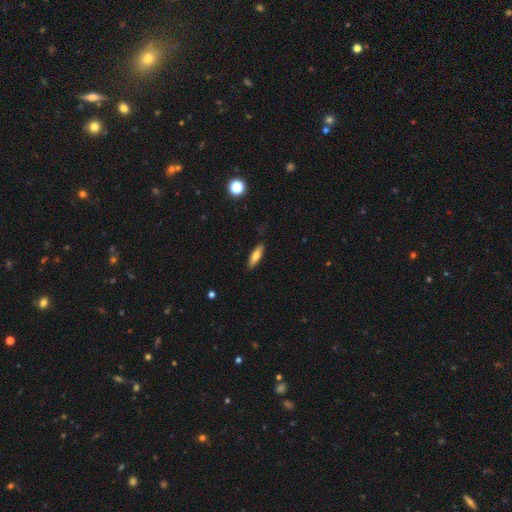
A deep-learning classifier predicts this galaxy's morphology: Smooth or featured: smooth — 69% (featured or disk — 24%)
How rounded: cigar-shaped — 61% (in between — 37%)
Merging: none — 86% (minor disturbance — 11%)